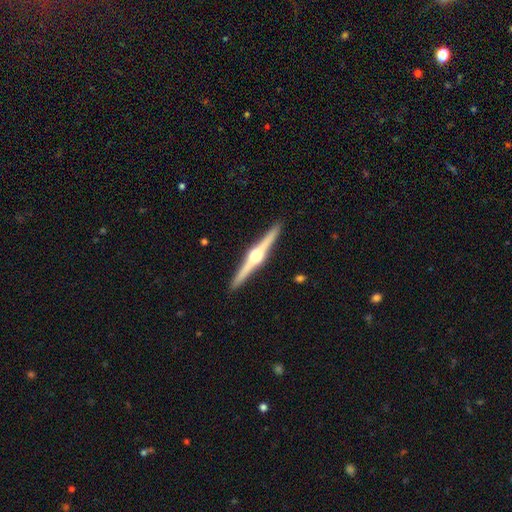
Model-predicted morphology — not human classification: Q: Smooth or featured?
A: featured or disk (86%); runner-up: smooth (10%)
Q: Edge-on disk?
A: yes (99%); runner-up: no (1%)
Q: Edge-on bulge?
A: rounded (93%); runner-up: boxy (5%)
Q: Merging?
A: none (93%); runner-up: minor disturbance (5%)